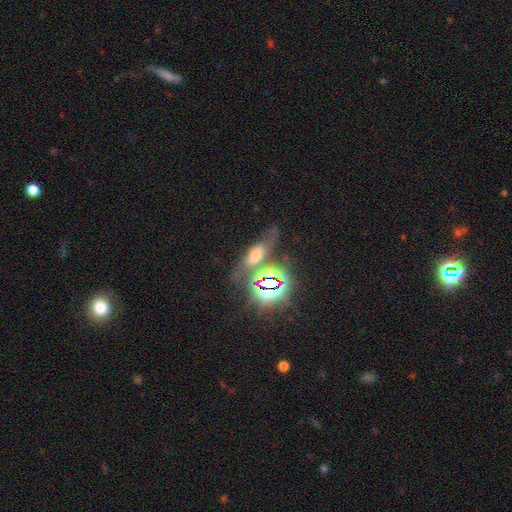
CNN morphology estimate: Smooth or featured? Predicted: smooth (p=0.42). Merging? Predicted: none (p=0.50).